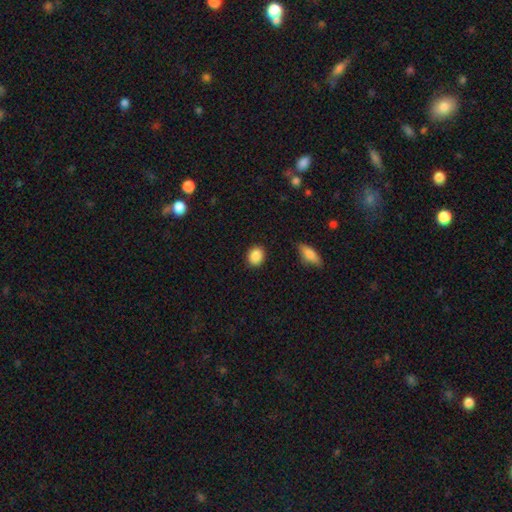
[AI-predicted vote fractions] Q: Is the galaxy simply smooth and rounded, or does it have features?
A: smooth — 89%.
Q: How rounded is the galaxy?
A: round — 55%.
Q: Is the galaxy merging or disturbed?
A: none — 88%.